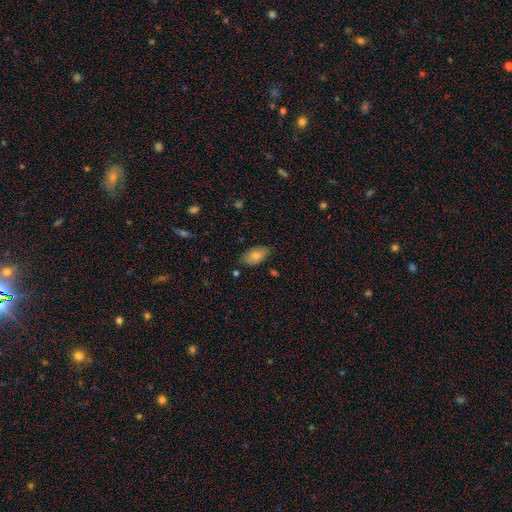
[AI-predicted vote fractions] This is likely a smooth galaxy (75%). How rounded: clearly in between (93%). Merging: likely none (76%).